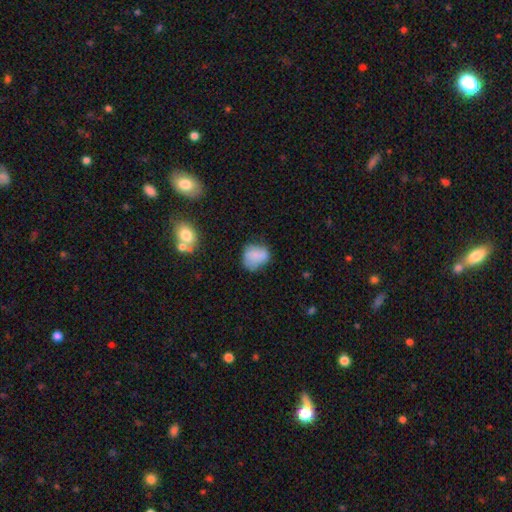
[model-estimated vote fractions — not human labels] Overall: smooth (74%). How rounded: round (53%; in between 46%). Merging: none (51%; minor disturbance 32%).